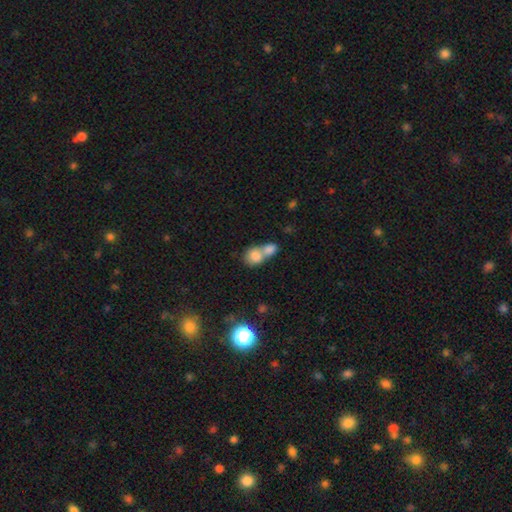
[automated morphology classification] Overall: smooth (79%). How rounded: round (55%; in between 43%). Merging: merger (72%).